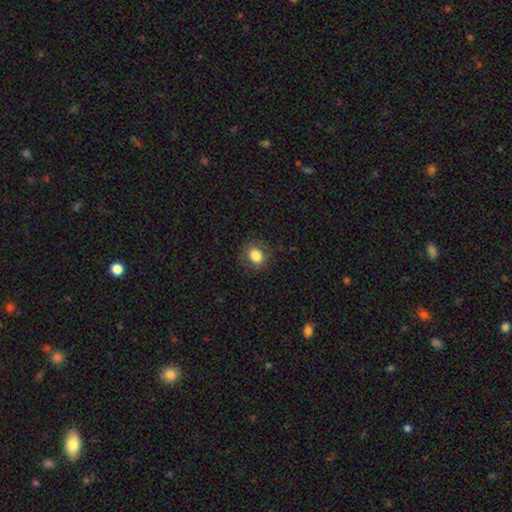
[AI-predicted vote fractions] Smooth or featured? Predicted: smooth (p=0.83). How rounded? Predicted: round (p=0.58). Merging? Predicted: none (p=0.83).